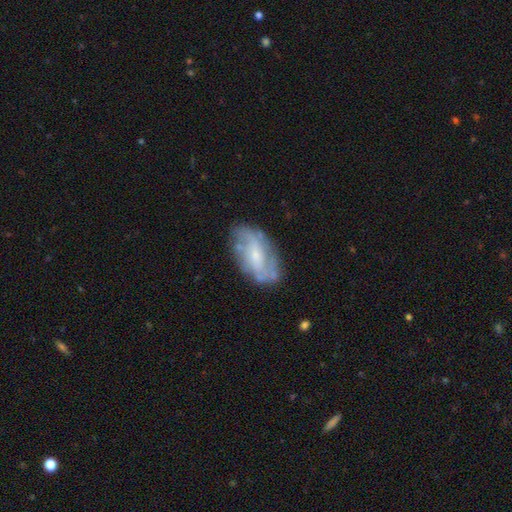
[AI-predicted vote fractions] The model was most divided on "bar": no: 46%, weak: 40%, strong: 13%. More confident: edge-on disk — no (94%); spiral arms — yes (76%); merging — none (70%); smooth or featured — featured or disk (68%); bulge size — small (61%).